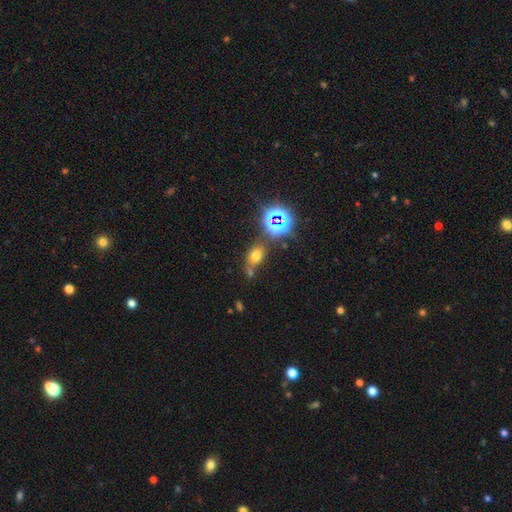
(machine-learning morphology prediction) Smooth or featured? Predicted: smooth (p=0.59). How rounded? Predicted: in between (p=0.73). Merging? Predicted: none (p=0.58).